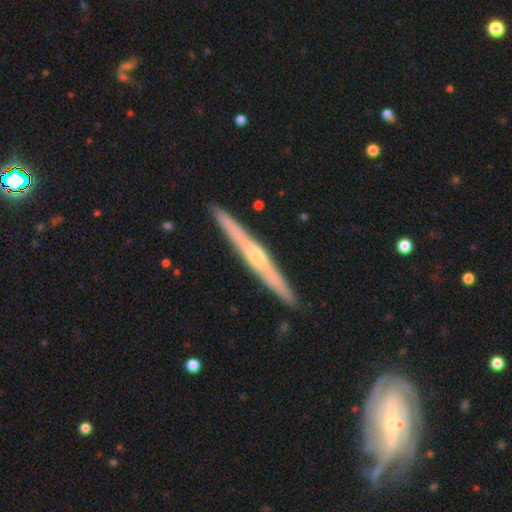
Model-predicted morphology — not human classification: Smooth or featured? featured or disk (75%)
Edge-on disk? yes (97%)
Edge-on bulge? rounded (75%)
Merging? none (91%)